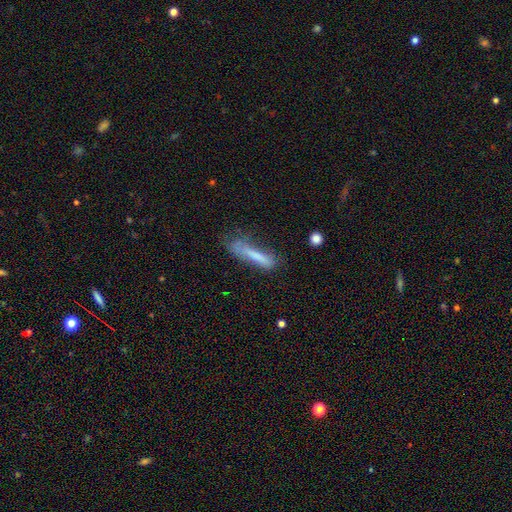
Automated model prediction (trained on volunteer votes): smooth-or-featured: smooth: 70% | featured or disk: 22% | star or artifact: 8%
  how-rounded: cigar-shaped: 87% | in between: 12% | round: 1%
  merging: none: 46% | minor disturbance: 29% | major disturbance: 20% | merger: 4%